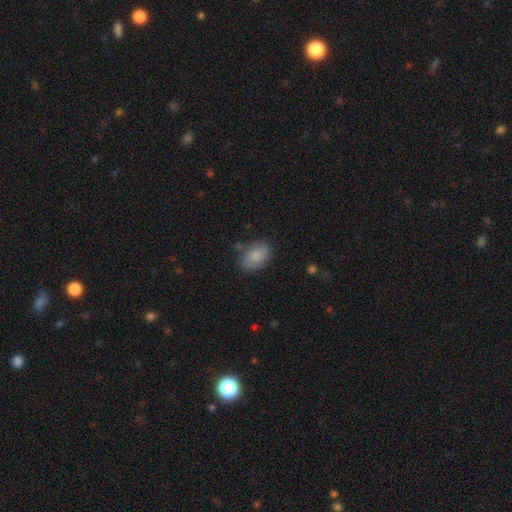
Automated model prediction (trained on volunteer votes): The model was most divided on "merging": none: 70%, minor disturbance: 21%, major disturbance: 6%, merger: 4%. More confident: how rounded — in between (85%); smooth or featured — smooth (79%).